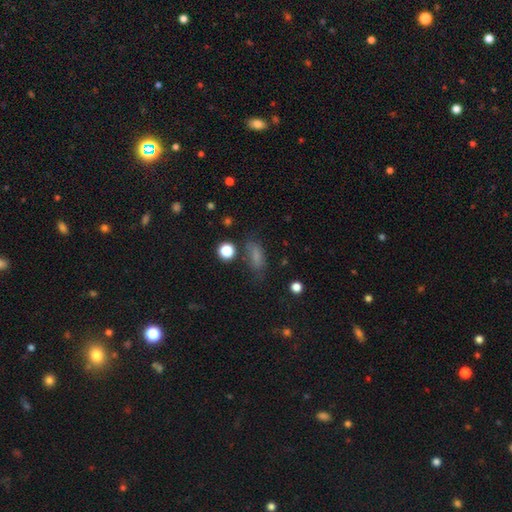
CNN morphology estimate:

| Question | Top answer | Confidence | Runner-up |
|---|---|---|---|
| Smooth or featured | smooth | 72% | star or artifact (16%) |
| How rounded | in between | 71% | cigar-shaped (20%) |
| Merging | none | 60% | minor disturbance (24%) |